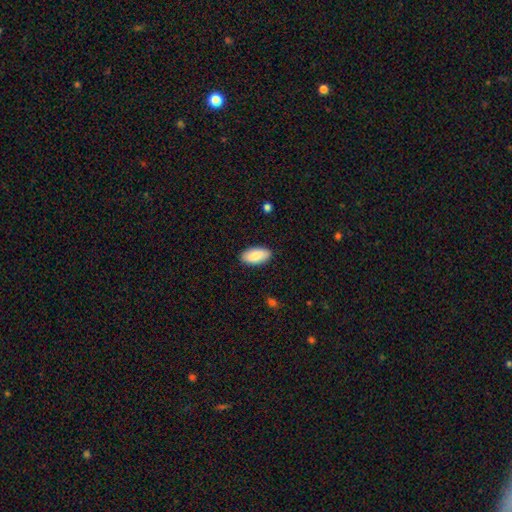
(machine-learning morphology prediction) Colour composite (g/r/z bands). It shows a smooth galaxy with no disk features (86%) that is in between round and cigar-shaped (93%). Merging: none (88%).